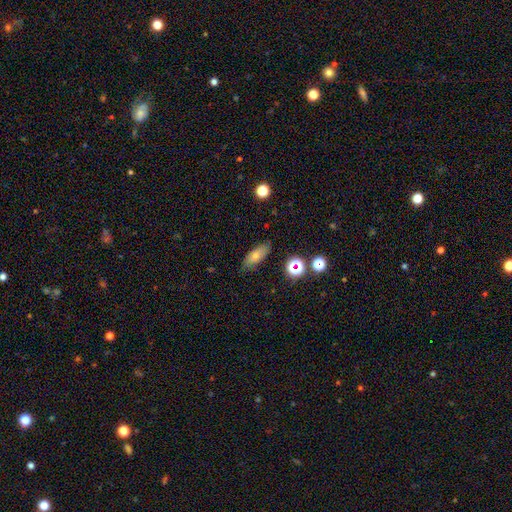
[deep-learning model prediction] Smooth or featured: smooth — 71% (featured or disk — 17%)
How rounded: in between — 73% (cigar-shaped — 22%)
Merging: none — 79% (minor disturbance — 15%)